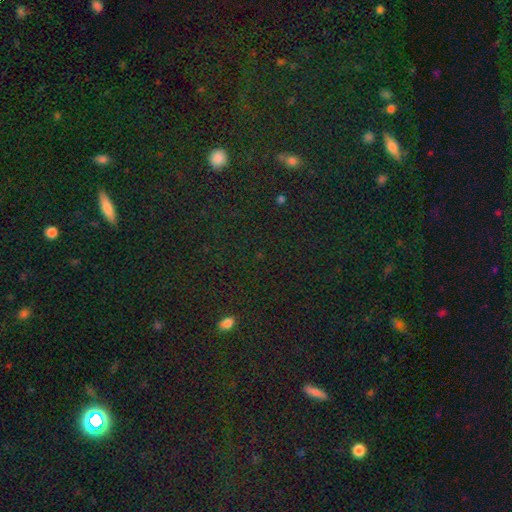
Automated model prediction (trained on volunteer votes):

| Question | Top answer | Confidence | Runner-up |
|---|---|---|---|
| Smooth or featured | star or artifact | 68% | smooth (23%) |